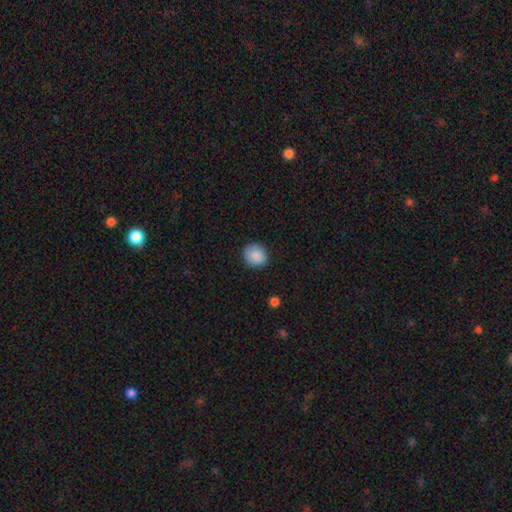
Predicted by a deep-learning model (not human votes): A smooth galaxy with no disk features (89%) that is round (79%).

Vote fractions:
- Smooth or featured? smooth: 89% / star or artifact: 8% / featured or disk: 3%
- How rounded? round: 79% / in between: 20% / cigar-shaped: 1%
- Merging? none: 88% / minor disturbance: 9% / major disturbance: 2% / merger: 1%